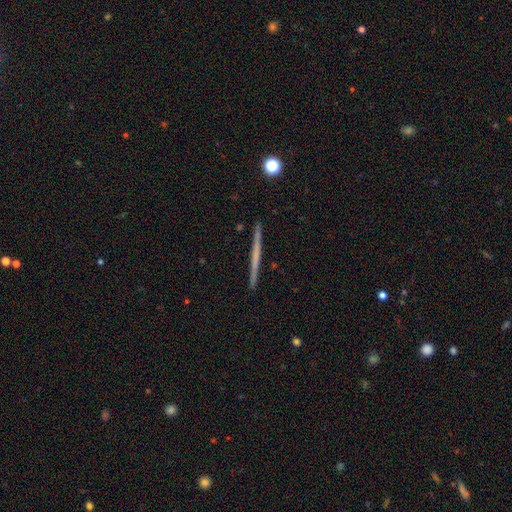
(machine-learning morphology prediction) smooth-or-featured: featured or disk: 58% | smooth: 36% | star or artifact: 6%
  disk-edge-on: yes: 98% | no: 2%
    edge-on-bulge: none: 89% | rounded: 8% | boxy: 3%
  merging: none: 93% | minor disturbance: 5% | merger: 1% | major disturbance: 1%